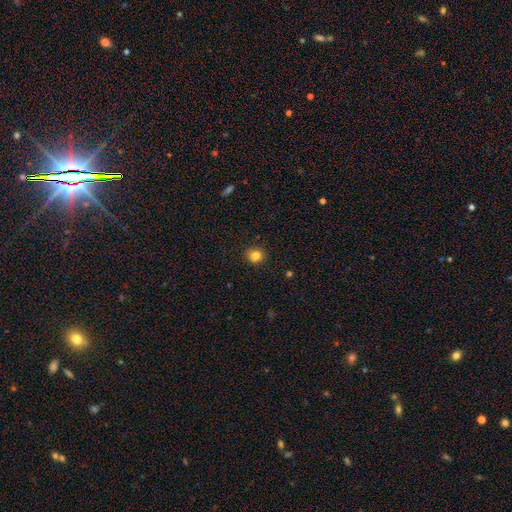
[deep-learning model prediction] smooth 82%, star or artifact 12%, featured or disk 6%. Down the decision tree: how rounded — round (84%); merging — none (88%).